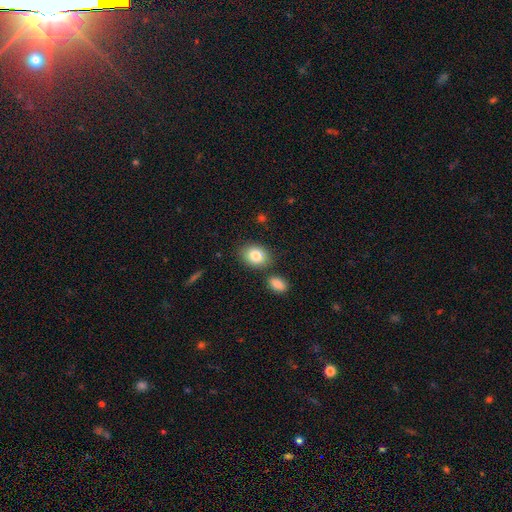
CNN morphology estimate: Q: Smooth or featured?
A: smooth (83%); runner-up: featured or disk (9%)
Q: How rounded?
A: in between (60%); runner-up: round (38%)
Q: Merging?
A: none (76%); runner-up: minor disturbance (11%)